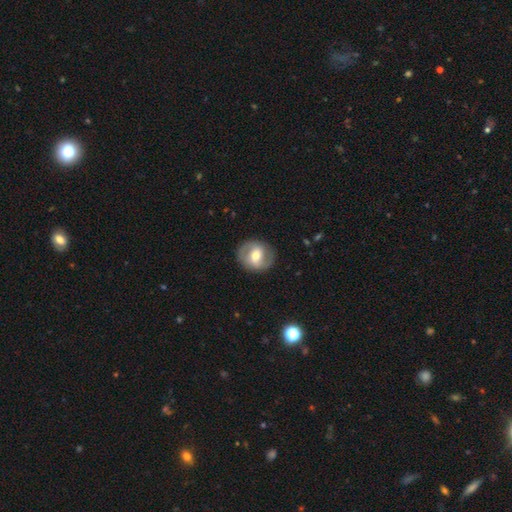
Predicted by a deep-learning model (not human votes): Smooth or featured?
  - featured or disk: 59% *
  - smooth: 35%
  - star or artifact: 6%
Edge-on disk?
  - no: 96% *
  - yes: 4%
Bar?
  - weak: 40% *
  - strong: 30%
  - no: 30%
Spiral arms?
  - yes: 60% *
  - no: 40%
Bulge size?
  - moderate: 68% *
  - small: 21%
  - large: 9%
  - dominant: 1%
  - none: 1%
Merging?
  - none: 86% *
  - minor disturbance: 9%
  - major disturbance: 4%
  - merger: 1%